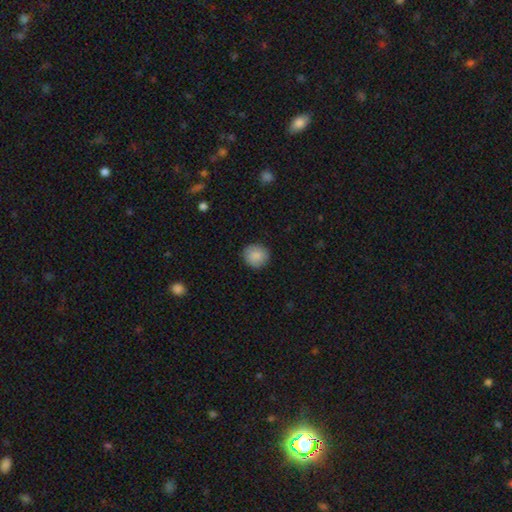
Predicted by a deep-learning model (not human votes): Overall: smooth (87%). How rounded: round (89%). Merging: none (88%).